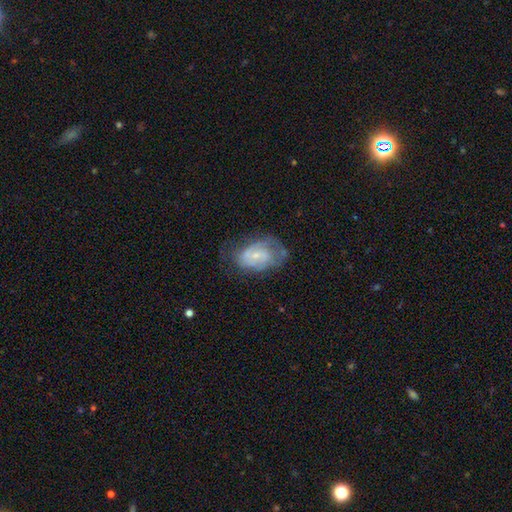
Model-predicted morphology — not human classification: type=featured or disk (63%); edge-on=no (97%); bar=no (64%); spiral arms=yes (73%); bulge=small (67%); merging=none (46%).